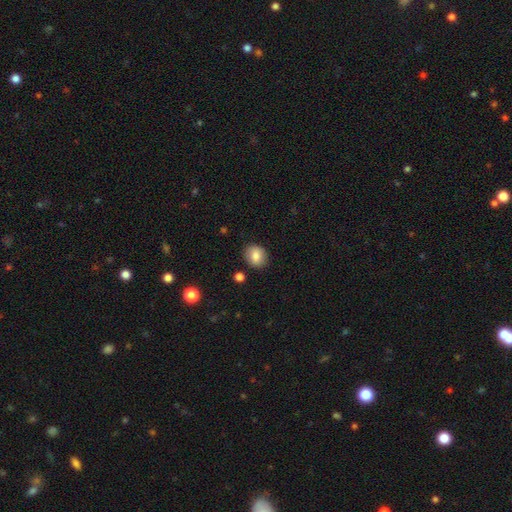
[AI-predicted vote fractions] Morphology: type=smooth (83%); roundness=round (60%); merging=none (86%).